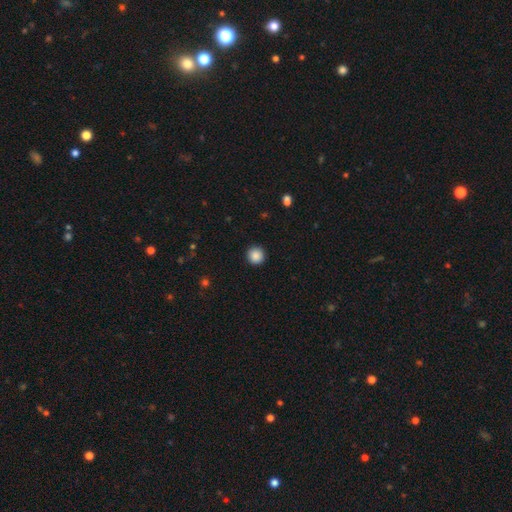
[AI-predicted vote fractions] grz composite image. It shows a smooth galaxy with no disk features (88%) that is round (95%). Merging: none (93%).